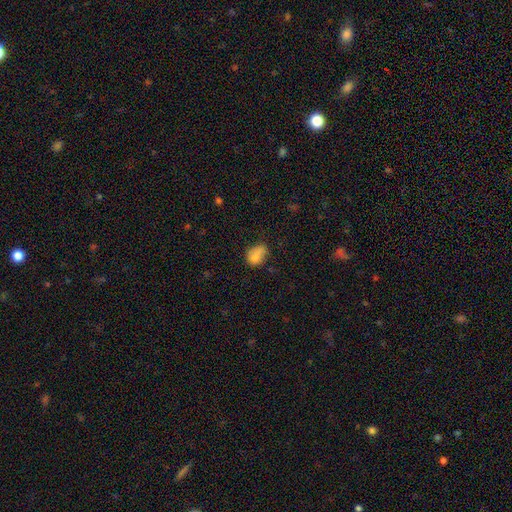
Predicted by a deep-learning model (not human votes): smooth_or_featured: smooth (p=0.76) [alt: featured or disk p=0.14]
how_rounded: in between (p=0.68) [alt: round p=0.31]
merging: none (p=0.41) [alt: minor disturbance p=0.27]